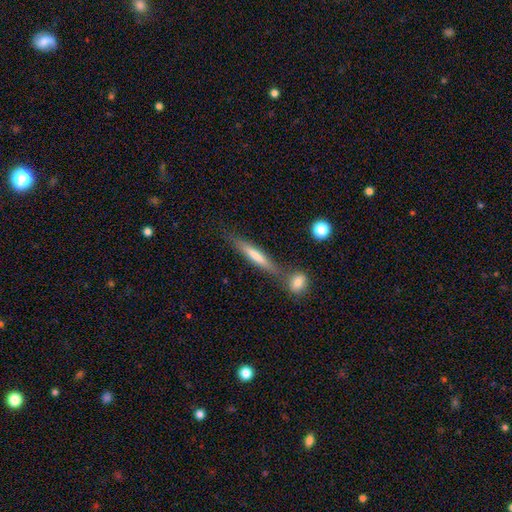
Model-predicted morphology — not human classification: This appears to be a smooth galaxy with no disk features (59%) that is cigar-shaped (91%). Merging: none (67%).